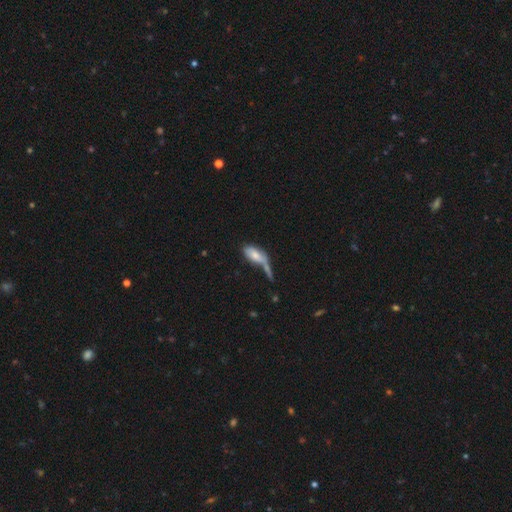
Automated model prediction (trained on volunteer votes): Smooth or featured?
  - smooth: 71% *
  - featured or disk: 22%
  - star or artifact: 7%
How rounded?
  - in between: 85% *
  - cigar-shaped: 12%
  - round: 3%
Merging?
  - merger: 38% *
  - none: 32%
  - minor disturbance: 18%
  - major disturbance: 12%